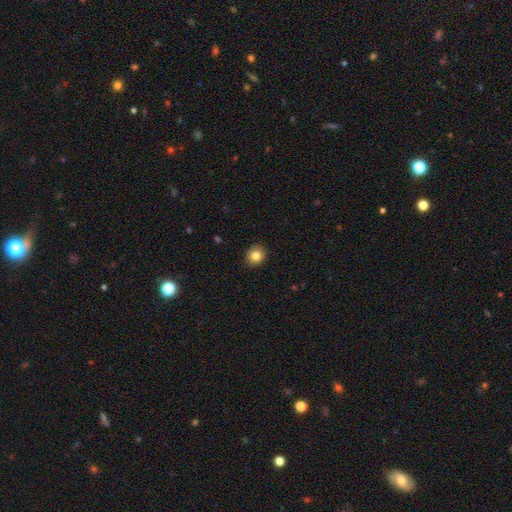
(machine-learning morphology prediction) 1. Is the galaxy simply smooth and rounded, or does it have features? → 82% smooth, 10% star or artifact, 8% featured or disk.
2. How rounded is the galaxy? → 78% round, 22% in between, 1% cigar-shaped.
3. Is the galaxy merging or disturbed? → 91% none, 7% minor disturbance, 2% major disturbance, 1% merger.